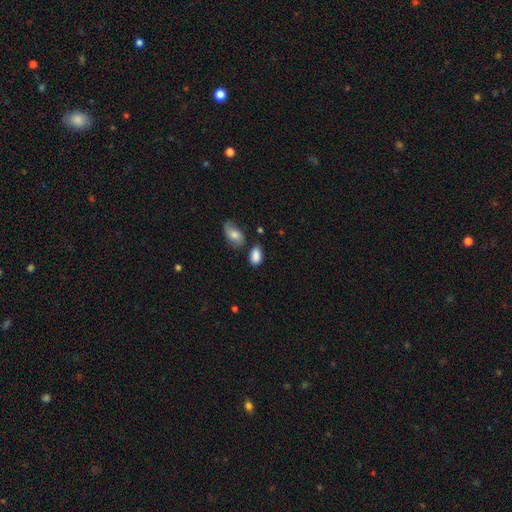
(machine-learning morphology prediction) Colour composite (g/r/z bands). It shows a smooth galaxy with no disk features (87%) that is in between round and cigar-shaped (91%). Merging: none (66%).